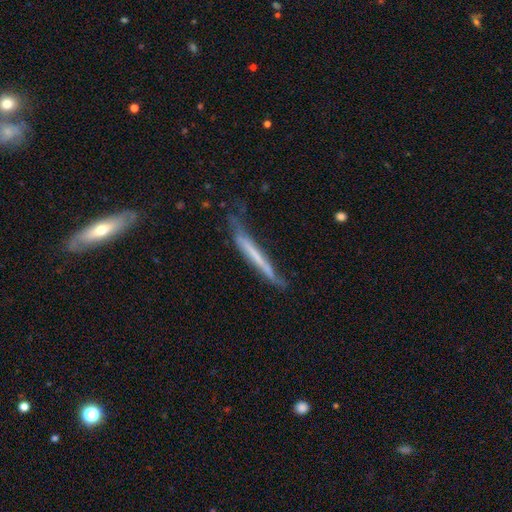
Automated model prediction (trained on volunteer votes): The model was most divided on "smooth or featured": featured or disk: 50%, smooth: 43%, star or artifact: 7%. More confident: edge-on disk — yes (87%); merging — none (53%).